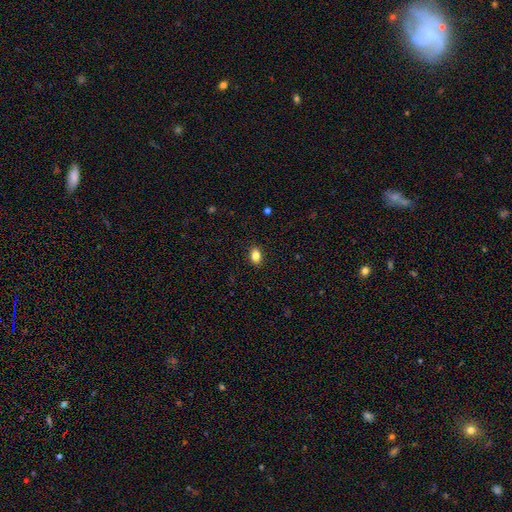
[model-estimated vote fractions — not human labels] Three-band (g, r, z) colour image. It shows a smooth galaxy with no disk features (84%) that is in between round and cigar-shaped (83%). Merging: none (89%).